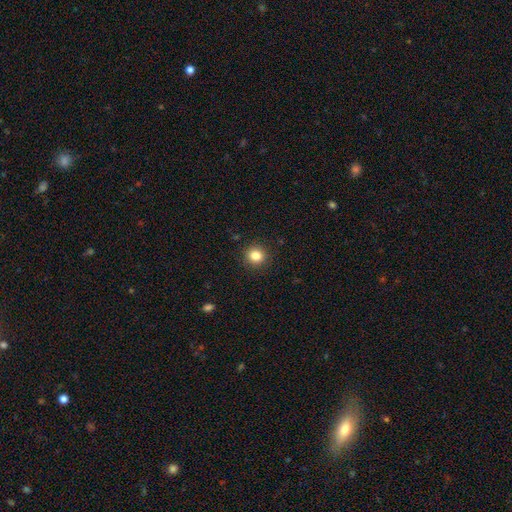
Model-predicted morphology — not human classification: A smooth galaxy with no disk features (83%) that is round (90%).

Vote fractions:
- Smooth or featured? smooth: 83% / star or artifact: 11% / featured or disk: 5%
- How rounded? round: 90% / in between: 9% / cigar-shaped: 1%
- Merging? none: 91% / minor disturbance: 6% / major disturbance: 2% / merger: 1%